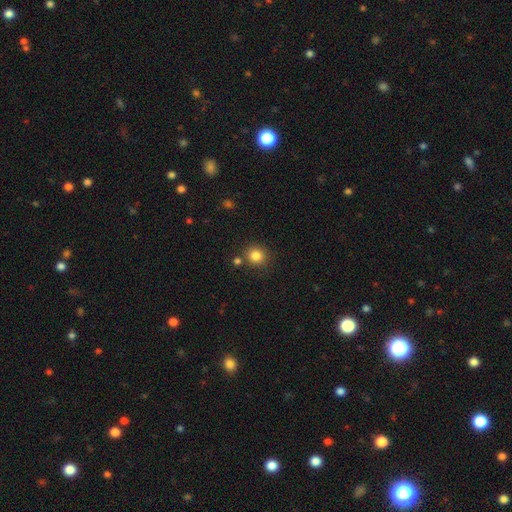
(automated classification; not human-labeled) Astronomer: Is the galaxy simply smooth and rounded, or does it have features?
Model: smooth — 84%.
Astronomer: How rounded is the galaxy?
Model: round — 88%.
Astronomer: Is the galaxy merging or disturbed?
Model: none — 80%.